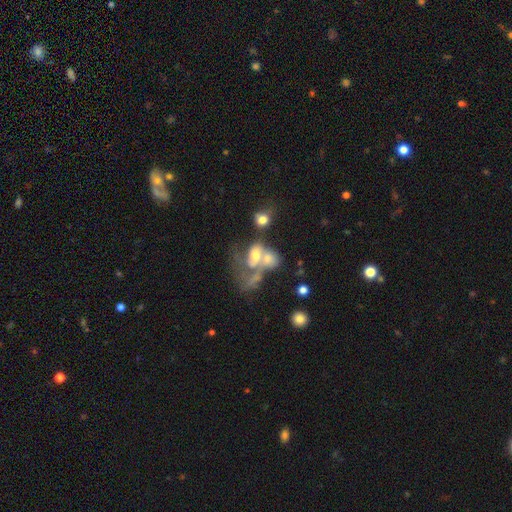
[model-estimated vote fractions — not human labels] This appears to be a featured or disk galaxy (45%). Merging: merger (63%).